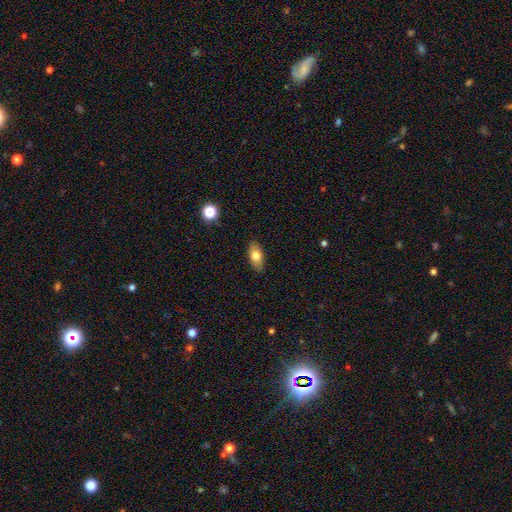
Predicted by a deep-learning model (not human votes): This is likely a smooth galaxy (74%). How rounded: clearly in between (87%). Merging: clearly none (87%).